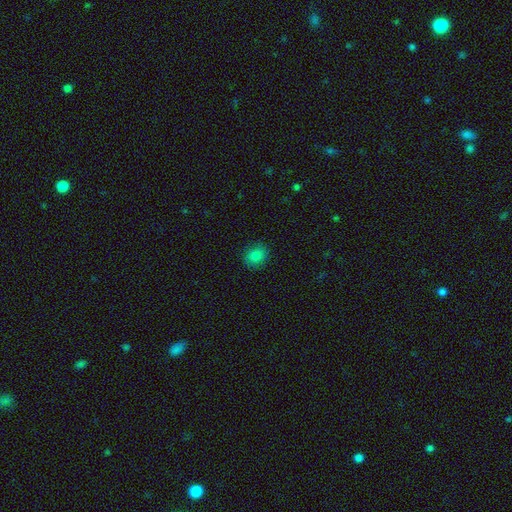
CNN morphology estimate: This appears to be a smooth galaxy with no disk features (82%) that is round (71%). Merging: none (88%).